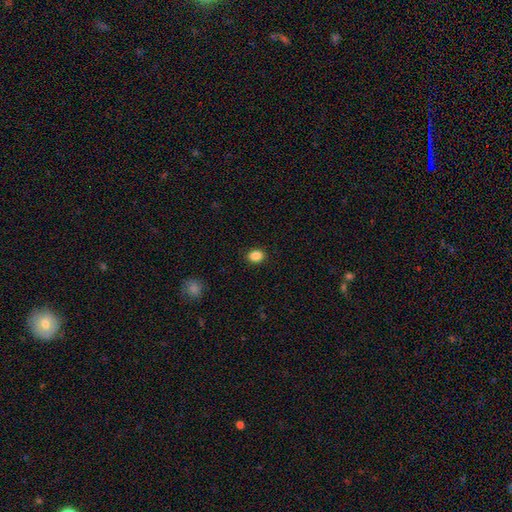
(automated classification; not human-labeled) Morphology: type=smooth (87%); roundness=in between (50%); merging=none (89%).